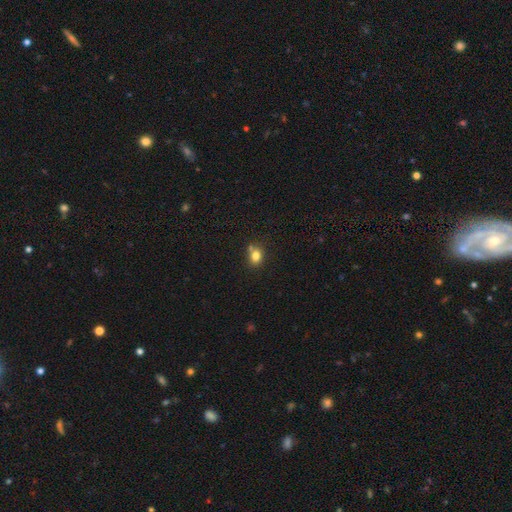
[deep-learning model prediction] Smooth or featured? Predicted: smooth (p=0.80). How rounded? Predicted: in between (p=0.50). Merging? Predicted: none (p=0.60).